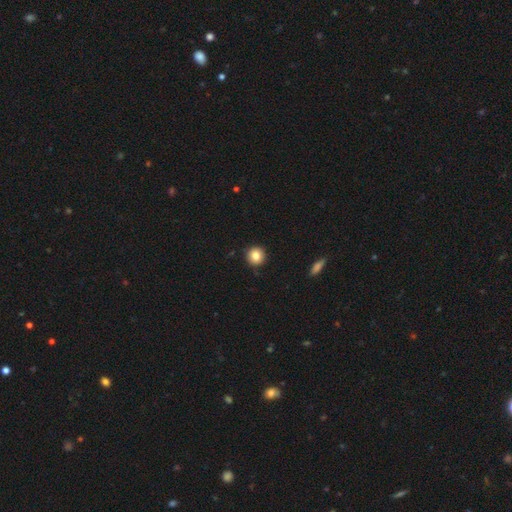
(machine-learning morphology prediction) A smooth galaxy with no disk features (84%) that is round (95%).

Vote fractions:
- Smooth or featured? smooth: 84% / star or artifact: 10% / featured or disk: 7%
- How rounded? round: 95% / in between: 4% / cigar-shaped: 1%
- Merging? none: 91% / minor disturbance: 6% / major disturbance: 2% / merger: 1%